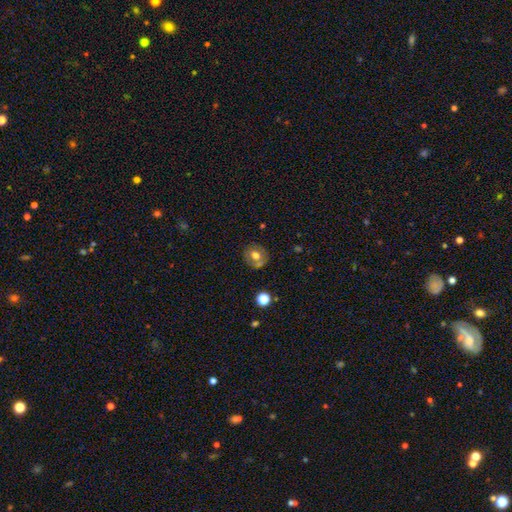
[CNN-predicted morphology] Smooth or featured?
  - smooth: 55% *
  - featured or disk: 34%
  - star or artifact: 11%
How rounded?
  - round: 77% *
  - in between: 22%
  - cigar-shaped: 1%
Merging?
  - none: 72% *
  - minor disturbance: 15%
  - merger: 8%
  - major disturbance: 5%